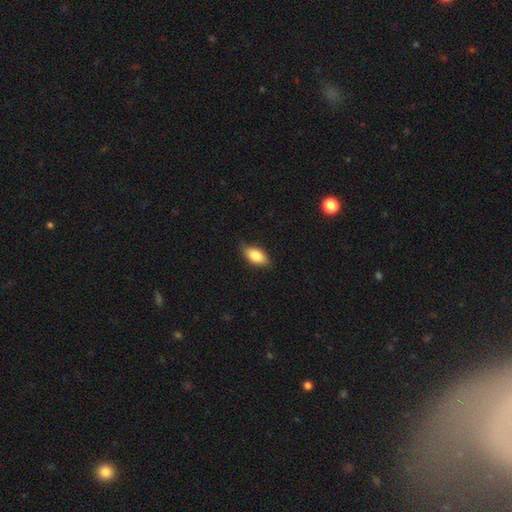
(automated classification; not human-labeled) Overall: smooth (82%). How rounded: in between (89%). Merging: none (81%).